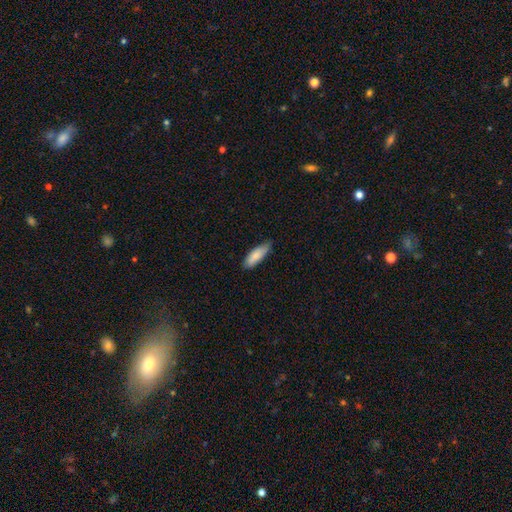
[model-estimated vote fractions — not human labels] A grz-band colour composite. It shows a smooth galaxy with no disk features (86%) that is in between round and cigar-shaped (57%). Merging: none (74%).